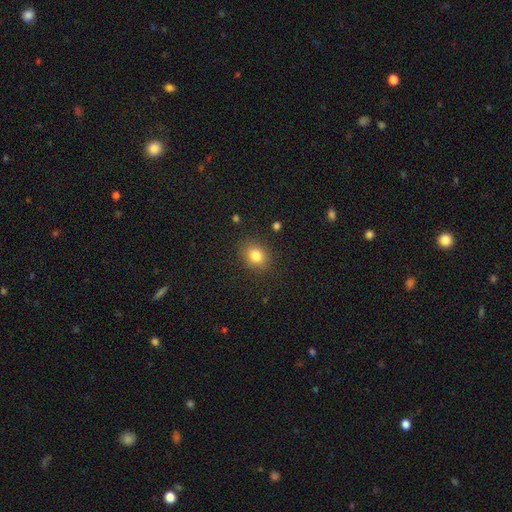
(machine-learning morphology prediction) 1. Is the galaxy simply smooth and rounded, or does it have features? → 81% smooth, 11% star or artifact, 8% featured or disk.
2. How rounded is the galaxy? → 58% round, 41% in between, 1% cigar-shaped.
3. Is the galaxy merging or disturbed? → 86% none, 9% minor disturbance, 3% major disturbance, 1% merger.